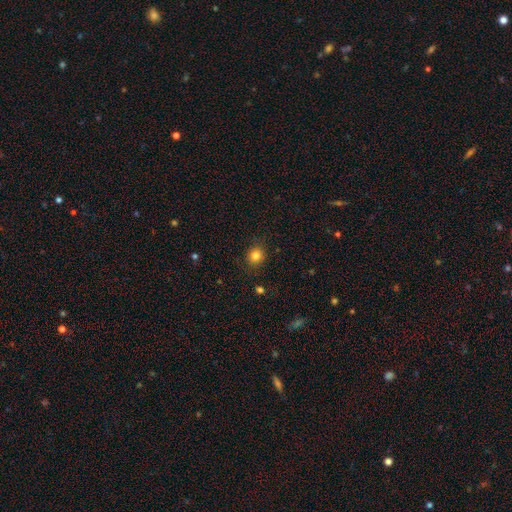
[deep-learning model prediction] This is clearly a smooth galaxy (82%). How rounded: clearly round (83%). Merging: clearly none (88%).